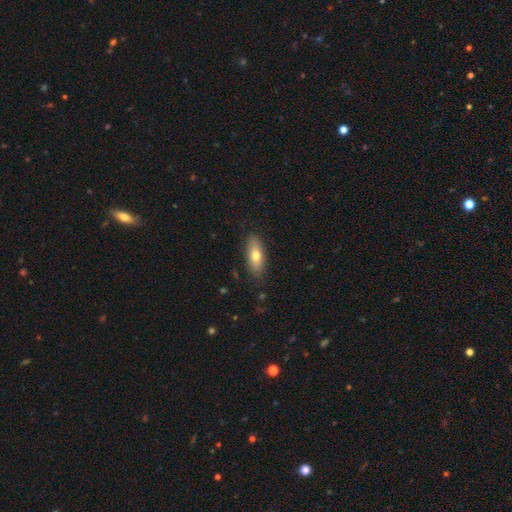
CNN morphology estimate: This appears to be a smooth galaxy with no disk features (70%) that is in between round and cigar-shaped (71%). Merging: none (85%).